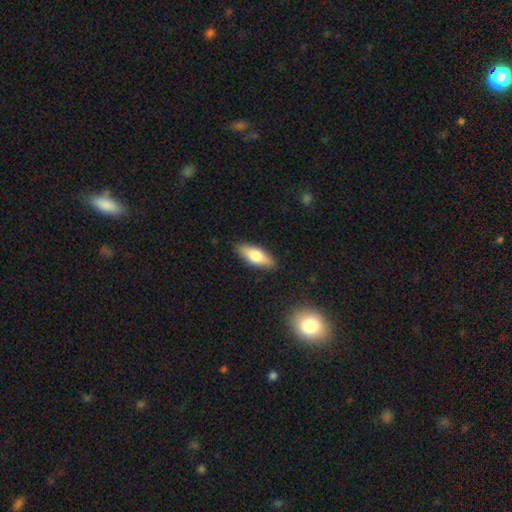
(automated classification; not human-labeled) Smooth or featured? Predicted: smooth (p=0.70). How rounded? Predicted: in between (p=0.72). Merging? Predicted: none (p=0.87).